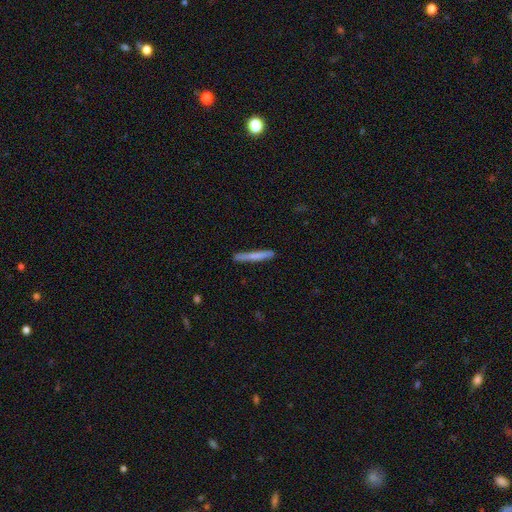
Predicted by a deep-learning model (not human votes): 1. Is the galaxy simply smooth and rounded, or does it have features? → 67% smooth, 27% featured or disk, 6% star or artifact.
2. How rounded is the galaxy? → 96% cigar-shaped, 2% in between, 1% round.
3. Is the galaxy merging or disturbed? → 86% none, 10% minor disturbance, 2% major disturbance, 2% merger.